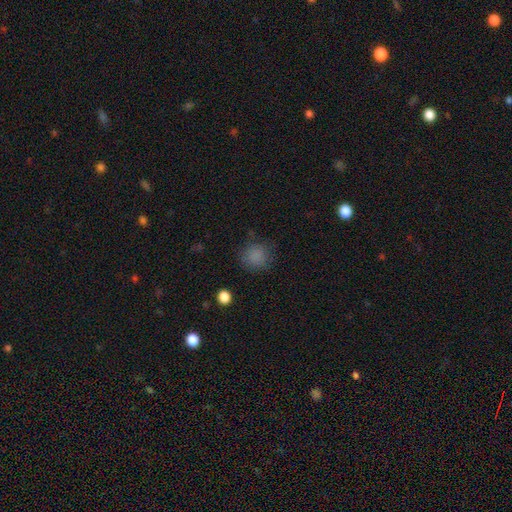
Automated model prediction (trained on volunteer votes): A smooth galaxy with no disk features (83%) that is round (88%).

Vote fractions:
- Smooth or featured? smooth: 83% / star or artifact: 12% / featured or disk: 5%
- How rounded? round: 88% / in between: 11% / cigar-shaped: 1%
- Merging? none: 80% / minor disturbance: 13% / major disturbance: 5% / merger: 2%